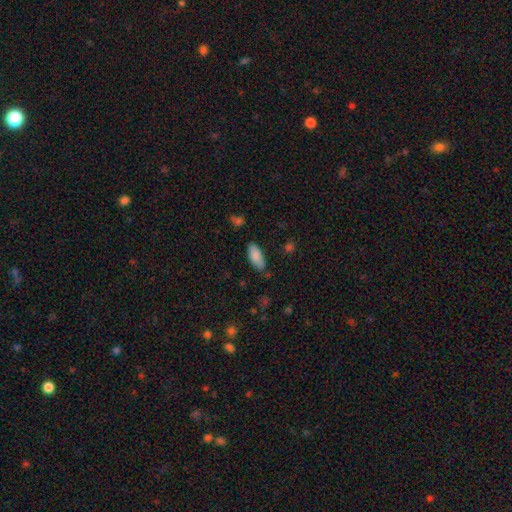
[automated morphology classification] type=smooth (86%); roundness=in between (84%); merging=none (76%).